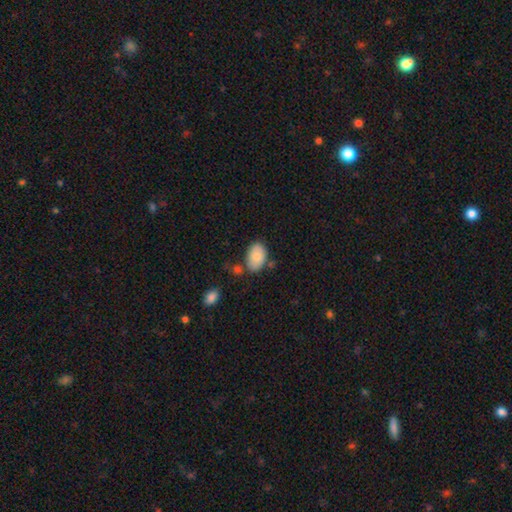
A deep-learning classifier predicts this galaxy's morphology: This is clearly a smooth galaxy (81%). How rounded: clearly in between (88%). Merging: likely none (67%).